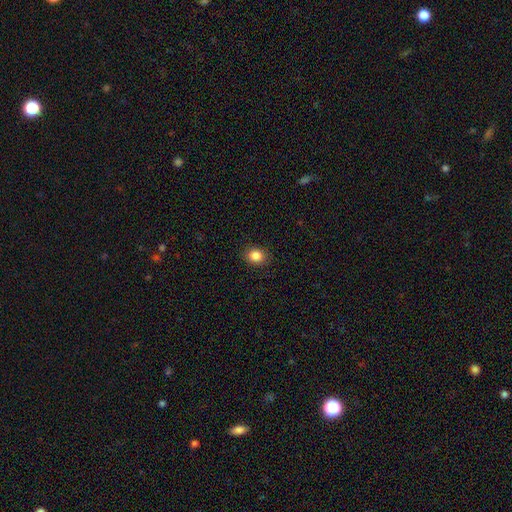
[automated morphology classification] Smooth or featured?
  - smooth: 86% *
  - star or artifact: 10%
  - featured or disk: 4%
How rounded?
  - round: 58% *
  - in between: 41%
  - cigar-shaped: 1%
Merging?
  - none: 89% *
  - minor disturbance: 8%
  - major disturbance: 2%
  - merger: 1%